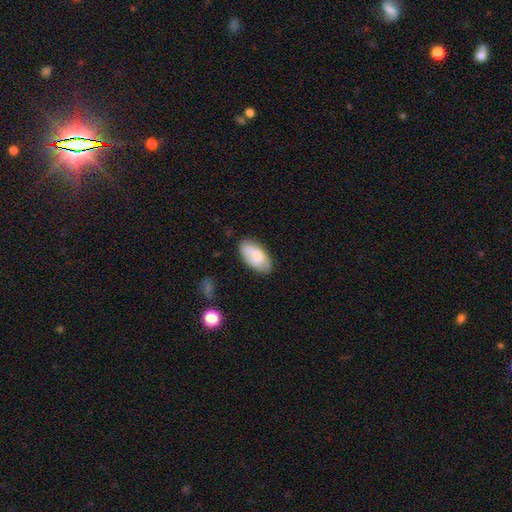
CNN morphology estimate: Overall: smooth (75%). How rounded: in between (94%). Merging: none (75%).